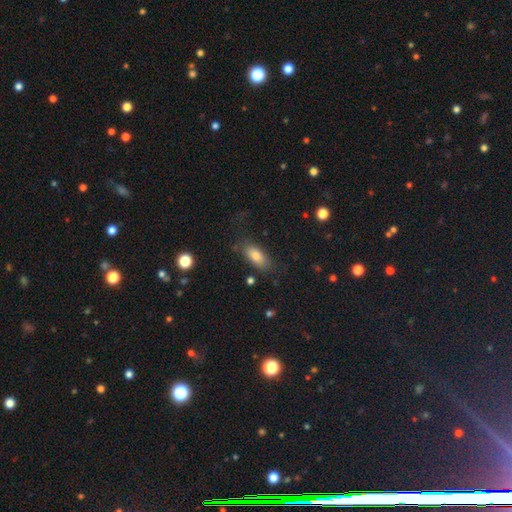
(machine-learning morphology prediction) A smooth galaxy with no disk features (76%) that is in between round and cigar-shaped (81%).

Vote fractions:
- Smooth or featured? smooth: 76% / featured or disk: 15% / star or artifact: 10%
- How rounded? in between: 81% / cigar-shaped: 15% / round: 4%
- Merging? none: 75% / minor disturbance: 16% / major disturbance: 6% / merger: 2%